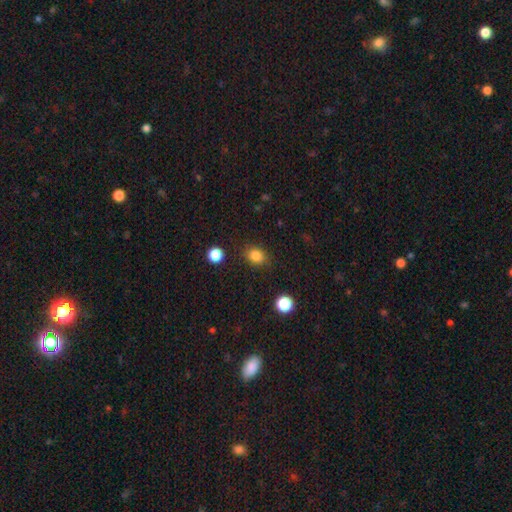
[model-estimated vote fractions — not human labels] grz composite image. It shows a smooth galaxy with no disk features (84%) that is round (54%). Merging: none (85%).